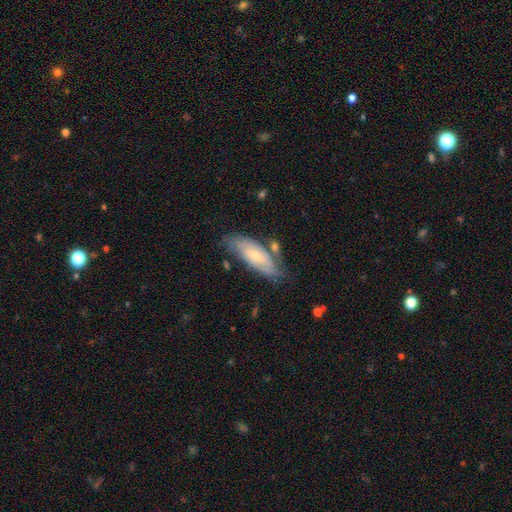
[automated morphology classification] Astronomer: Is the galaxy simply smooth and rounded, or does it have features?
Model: featured or disk — 55% (runner-up: smooth, 39%).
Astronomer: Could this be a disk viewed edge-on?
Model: no — 82%.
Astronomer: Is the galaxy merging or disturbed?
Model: none — 62%.